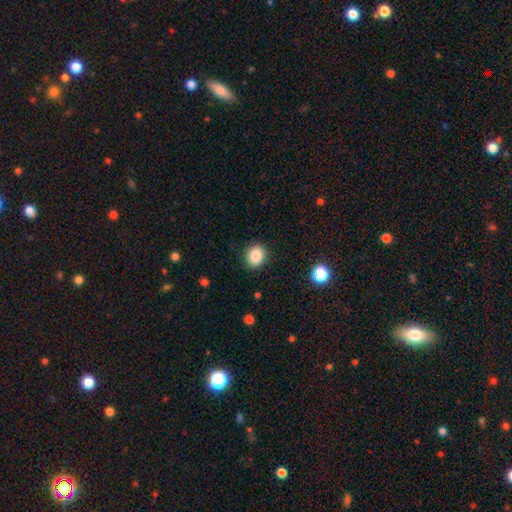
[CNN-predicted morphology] Overall: smooth (85%). How rounded: round (75%). Merging: none (90%).